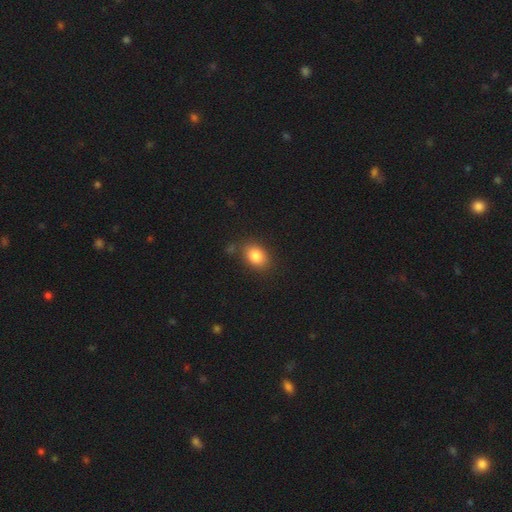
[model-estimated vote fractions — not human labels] A smooth galaxy with no disk features (83%) that is in between round and cigar-shaped (71%). Merging: none (78%).